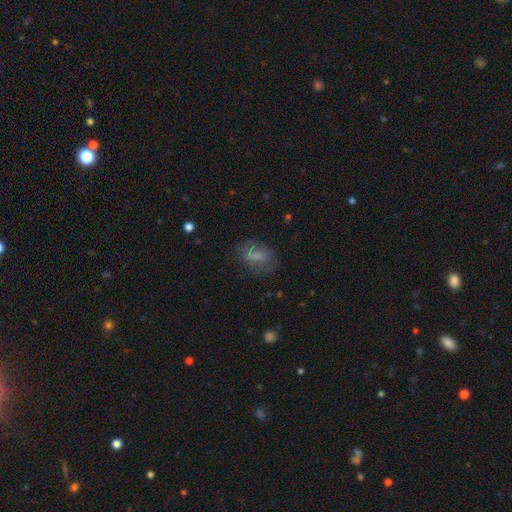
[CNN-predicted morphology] type=smooth (68%); roundness=in between (81%); merging=none (66%).